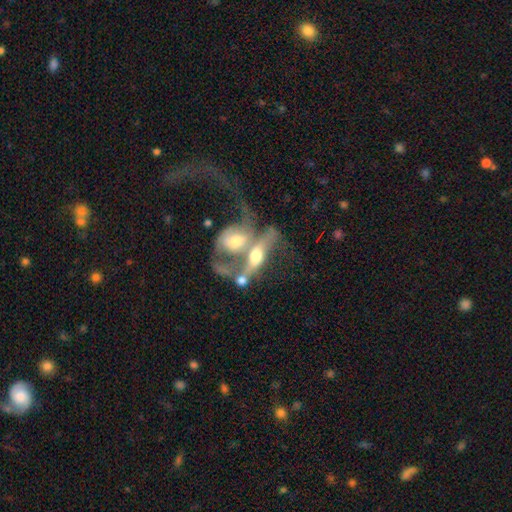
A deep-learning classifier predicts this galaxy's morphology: smooth_or_featured: featured or disk (p=0.67) [alt: smooth p=0.25]
disk_edge_on: no (p=0.69) [alt: yes p=0.31]
merging: merger (p=0.72) [alt: major disturbance p=0.13]